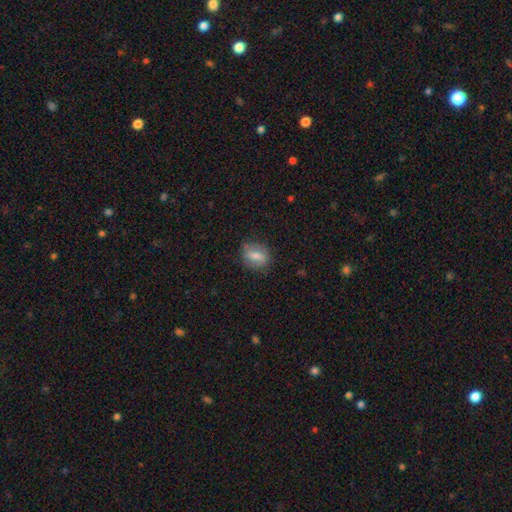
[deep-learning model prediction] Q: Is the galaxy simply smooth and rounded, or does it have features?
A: smooth — 68%.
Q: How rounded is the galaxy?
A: in between — 62%.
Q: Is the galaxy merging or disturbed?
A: none — 73%.